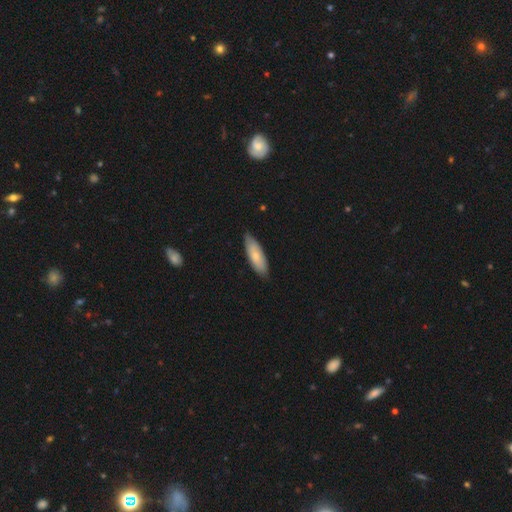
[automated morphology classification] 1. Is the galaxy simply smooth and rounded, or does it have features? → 70% smooth, 24% featured or disk, 5% star or artifact.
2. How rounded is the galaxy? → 60% in between, 38% cigar-shaped, 2% round.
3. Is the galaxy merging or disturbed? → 80% none, 17% minor disturbance, 2% major disturbance, 1% merger.